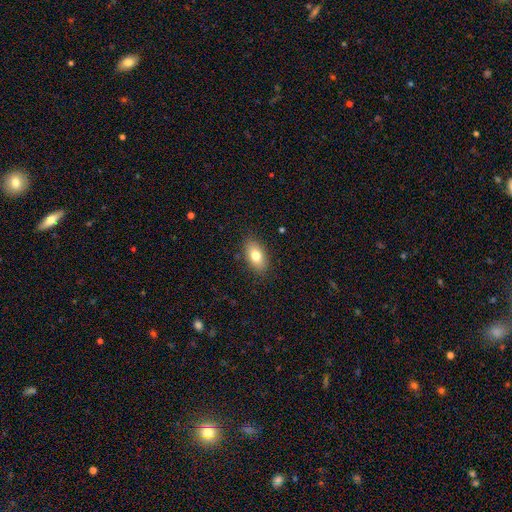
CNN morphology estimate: Smooth or featured? Predicted: smooth (p=0.78). How rounded? Predicted: in between (p=0.90). Merging? Predicted: none (p=0.87).